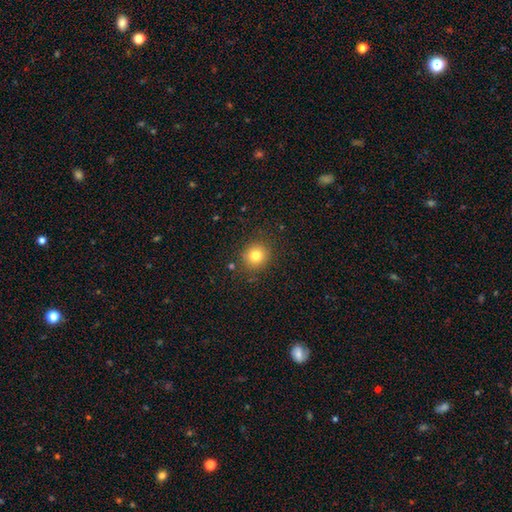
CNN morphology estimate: smooth 79%, star or artifact 13%, featured or disk 8%. Down the decision tree: how rounded — round (88%); merging — none (87%).